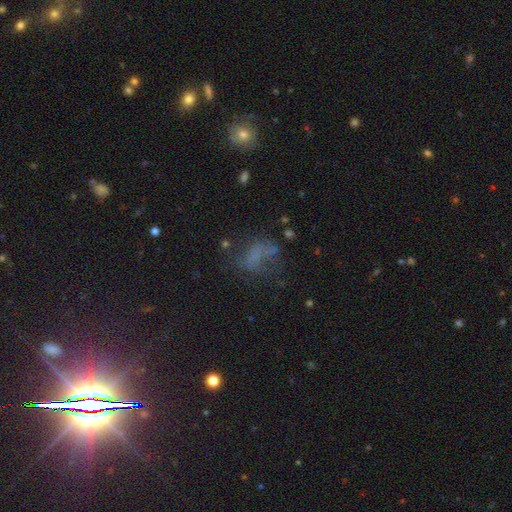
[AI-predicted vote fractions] This is marginally a smooth galaxy (41%). Merging: marginally none (38%).